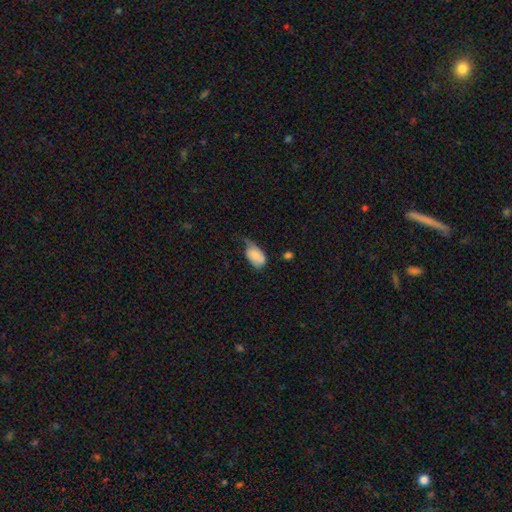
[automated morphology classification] A smooth galaxy with no disk features (75%) that is in between round and cigar-shaped (92%). Merging: minor disturbance (41%).